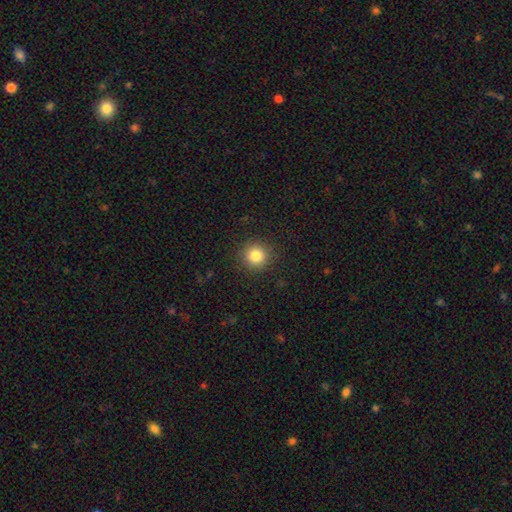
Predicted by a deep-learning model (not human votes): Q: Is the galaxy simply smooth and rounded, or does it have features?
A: smooth — 83%.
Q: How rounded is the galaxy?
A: round — 94%.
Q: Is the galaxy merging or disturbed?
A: none — 91%.